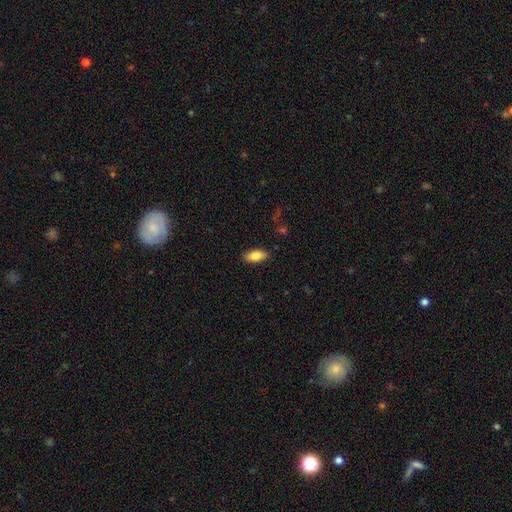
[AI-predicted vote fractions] A smooth galaxy with no disk features (84%) that is in between round and cigar-shaped (89%).

Vote fractions:
- Smooth or featured? smooth: 84% / featured or disk: 9% / star or artifact: 7%
- How rounded? in between: 89% / cigar-shaped: 9% / round: 3%
- Merging? none: 87% / minor disturbance: 9% / major disturbance: 2% / merger: 1%